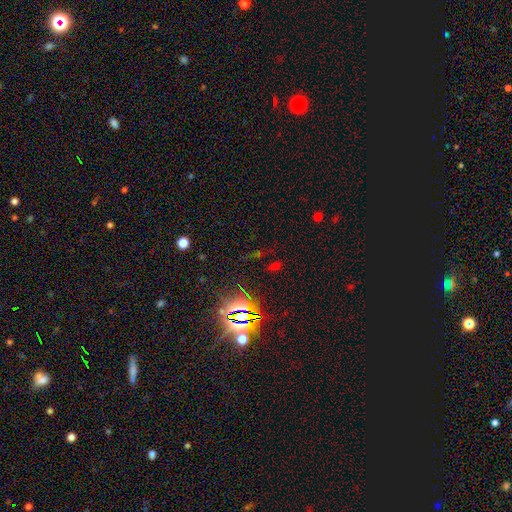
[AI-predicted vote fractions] Smooth or featured: star or artifact — 74% (smooth — 16%)